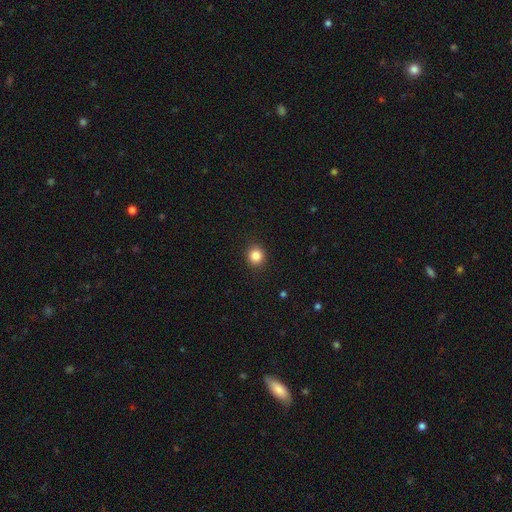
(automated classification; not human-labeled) Morphology: type=smooth (85%); roundness=round (89%); merging=none (91%).